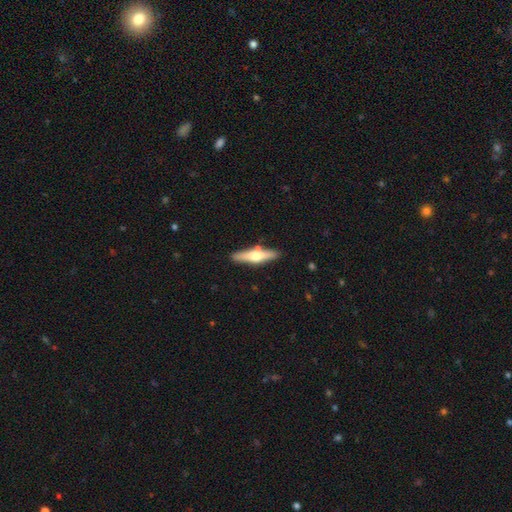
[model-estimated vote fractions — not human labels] This appears to be a featured or disk galaxy (54%) viewed edge-on (94%) with a rounded central bulge (93%). Merging: none (84%).